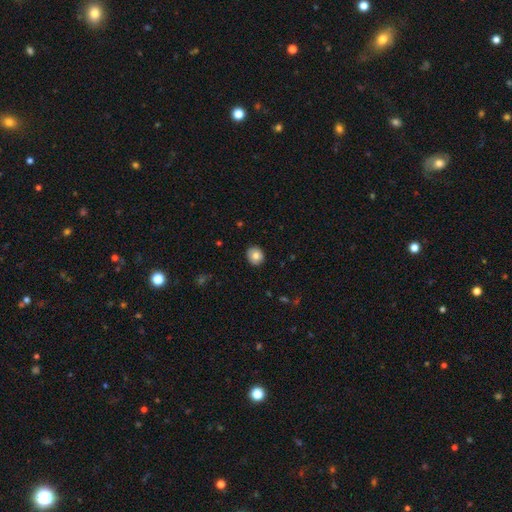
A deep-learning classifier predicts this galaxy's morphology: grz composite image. It shows a smooth galaxy with no disk features (79%) that is round (80%). Merging: none (89%).